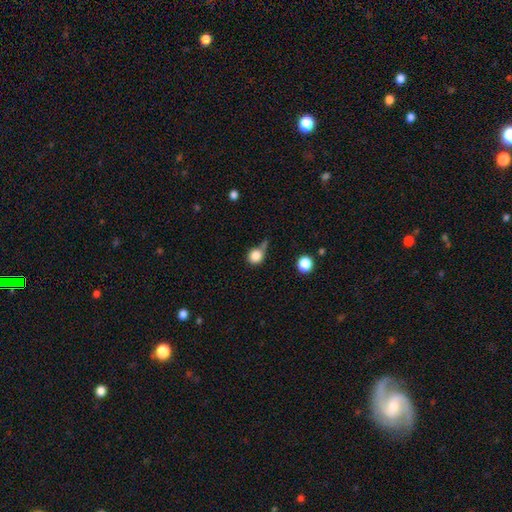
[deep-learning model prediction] Overall: smooth (83%). How rounded: round (88%). Merging: none (43%; minor disturbance 26%).